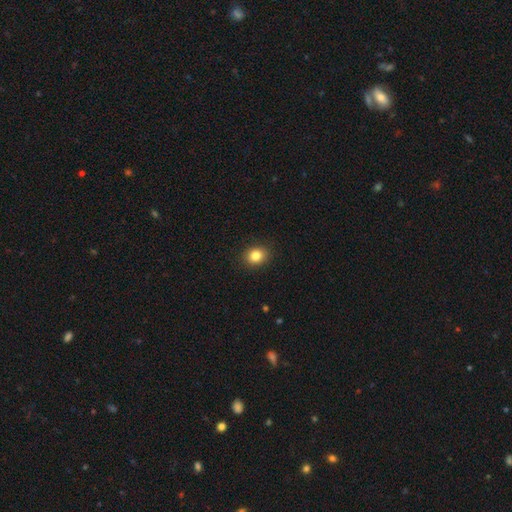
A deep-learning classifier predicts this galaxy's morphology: Smooth or featured? smooth (83%)
How rounded? round (64%)
Merging? none (90%)